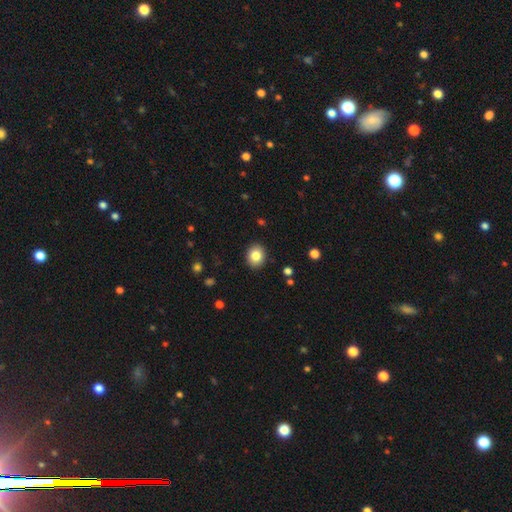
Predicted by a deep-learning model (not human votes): smooth-or-featured: smooth: 83% | star or artifact: 10% | featured or disk: 8%
  how-rounded: round: 61% | in between: 38% | cigar-shaped: 1%
  merging: none: 91% | minor disturbance: 6% | major disturbance: 2% | merger: 1%